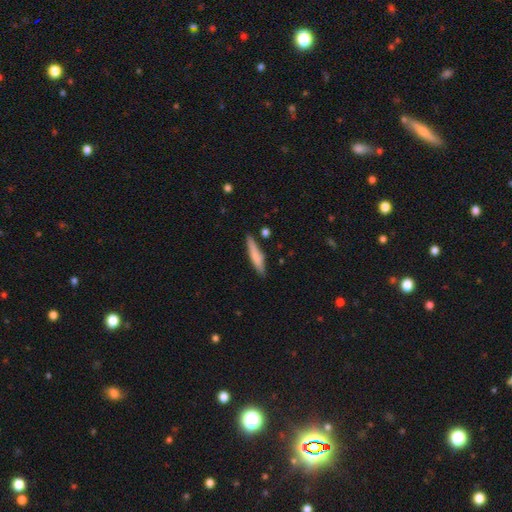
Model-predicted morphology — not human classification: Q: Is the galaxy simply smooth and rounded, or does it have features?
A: smooth — 74%.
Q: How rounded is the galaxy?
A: cigar-shaped — 87%.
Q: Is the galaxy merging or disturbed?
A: none — 84%.